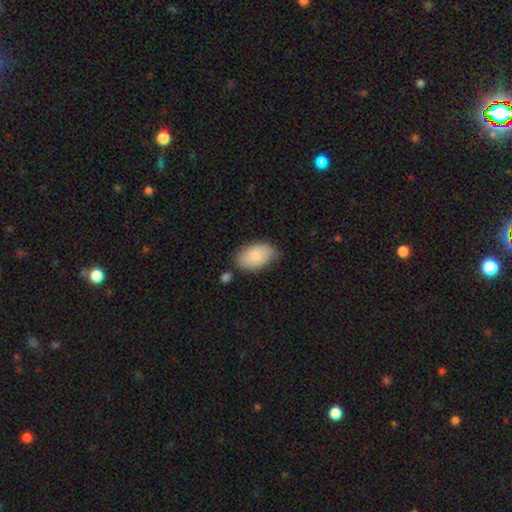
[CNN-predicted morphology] This is clearly a smooth galaxy (83%). How rounded: clearly in between (94%). Merging: likely none (72%).